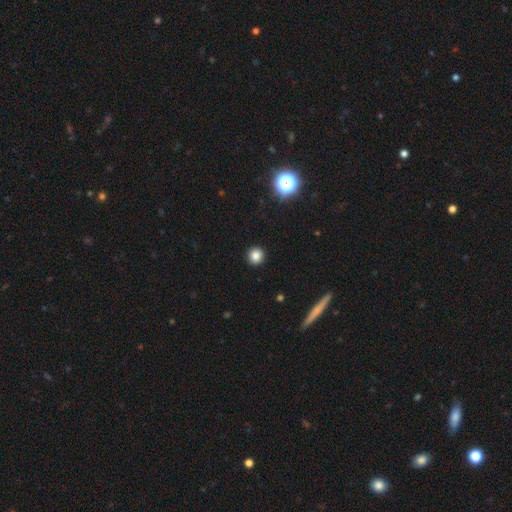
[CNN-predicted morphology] Smooth or featured? Predicted: smooth (p=0.83). How rounded? Predicted: round (p=0.95). Merging? Predicted: none (p=0.93).